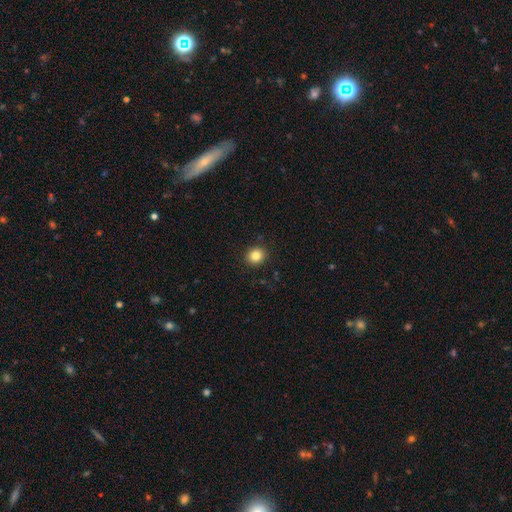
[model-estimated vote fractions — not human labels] Morphology: type=smooth (84%); roundness=round (80%); merging=none (91%).